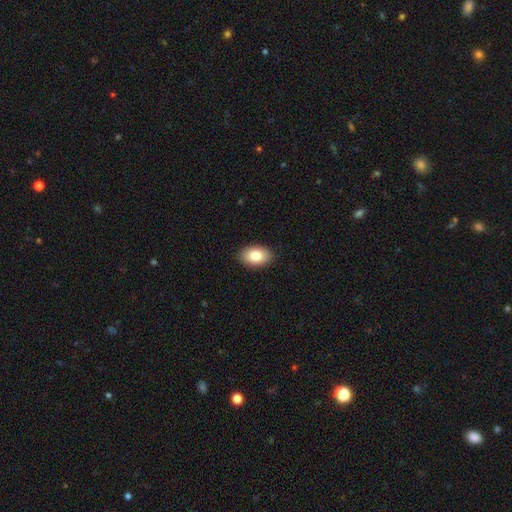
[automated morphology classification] Overall: smooth (85%). How rounded: in between (91%). Merging: none (90%).